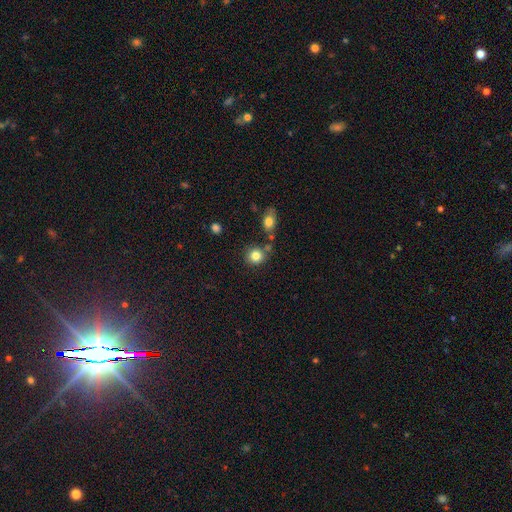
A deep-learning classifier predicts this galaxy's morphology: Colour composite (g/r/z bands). It shows a smooth galaxy with no disk features (83%) that is round (84%). Merging: none (75%).